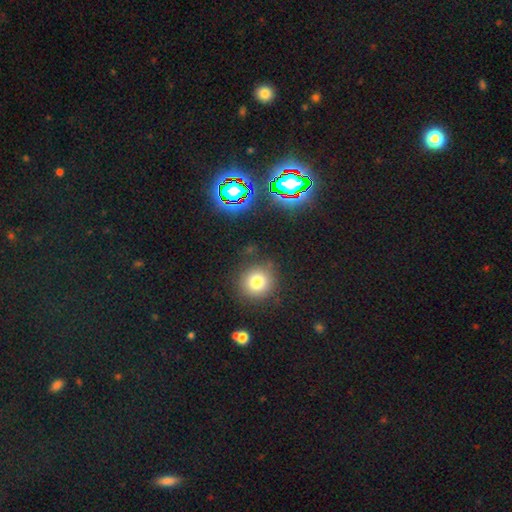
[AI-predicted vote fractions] Q: Smooth or featured?
A: smooth (47%); runner-up: star or artifact (45%)
Q: Merging?
A: none (89%); runner-up: minor disturbance (6%)